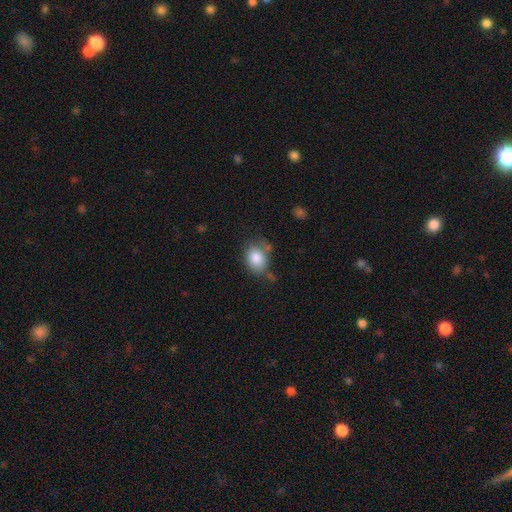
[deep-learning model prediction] Smooth or featured? smooth (84%)
How rounded? in between (62%)
Merging? none (61%)